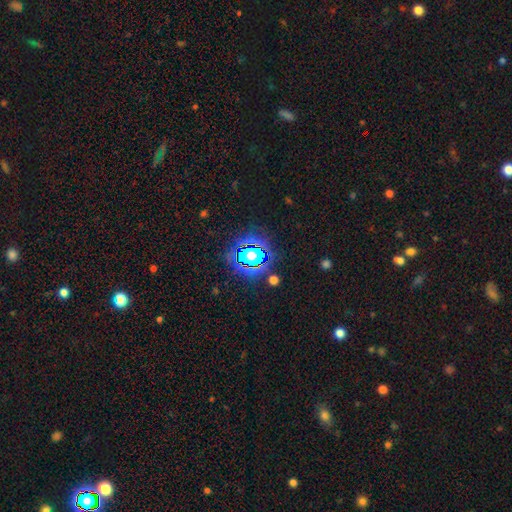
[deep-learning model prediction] This is likely a star or artifact rather than a galaxy (80%).